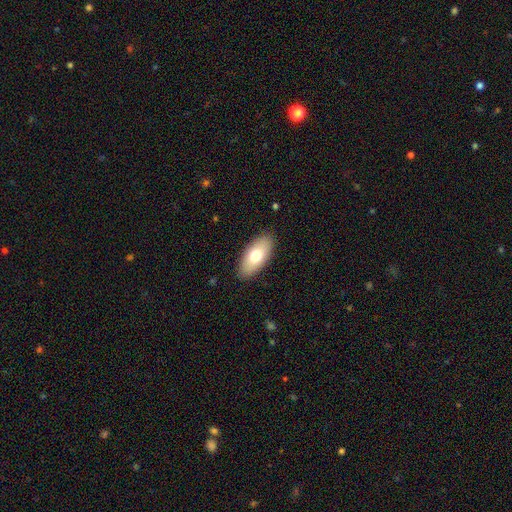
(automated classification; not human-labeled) Smooth or featured? smooth (72%)
How rounded? in between (89%)
Merging? none (88%)